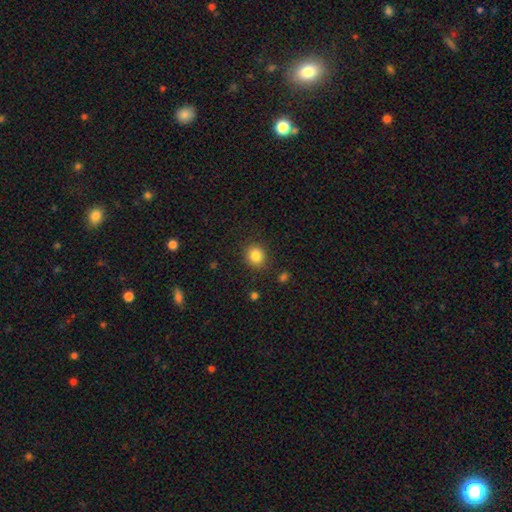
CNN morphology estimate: A smooth galaxy with no disk features (84%) that is round (82%).

Vote fractions:
- Smooth or featured? smooth: 84% / star or artifact: 10% / featured or disk: 6%
- How rounded? round: 82% / in between: 18% / cigar-shaped: 1%
- Merging? none: 87% / minor disturbance: 8% / major disturbance: 3% / merger: 2%